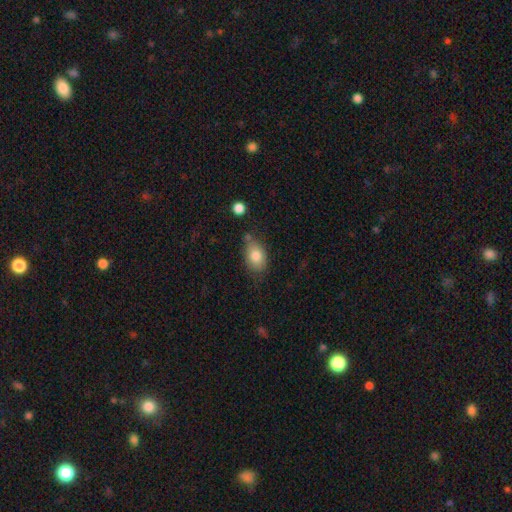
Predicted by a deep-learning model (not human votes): smooth 82%, featured or disk 10%, star or artifact 8%. Down the decision tree: how rounded — in between (82%); merging — none (60%).